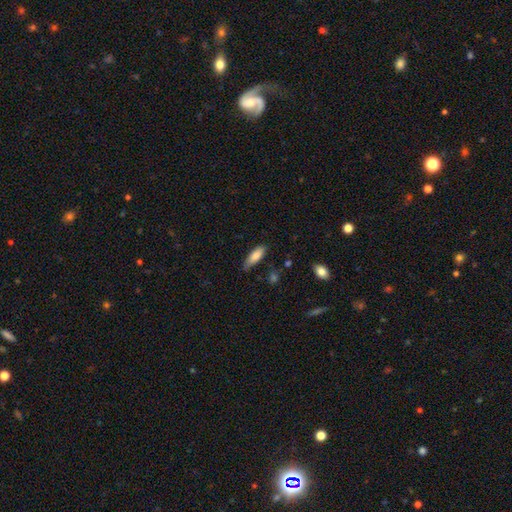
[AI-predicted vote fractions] This appears to be a smooth galaxy with no disk features (82%) that is in between round and cigar-shaped (60%). Merging: none (69%).